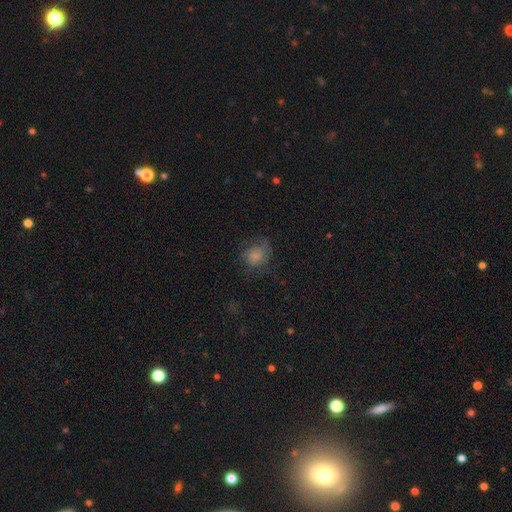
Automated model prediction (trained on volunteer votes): smooth_or_featured: smooth (p=0.59) [alt: featured or disk p=0.29]
how_rounded: round (p=0.73) [alt: in between p=0.26]
merging: none (p=0.54) [alt: minor disturbance p=0.24]